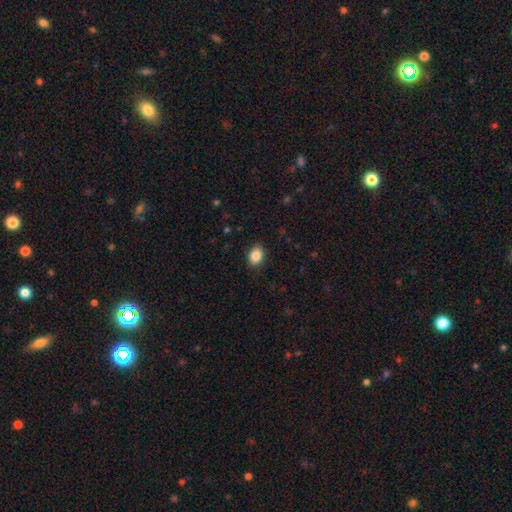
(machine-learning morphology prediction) Smooth or featured? smooth (87%)
How rounded? in between (72%)
Merging? none (88%)